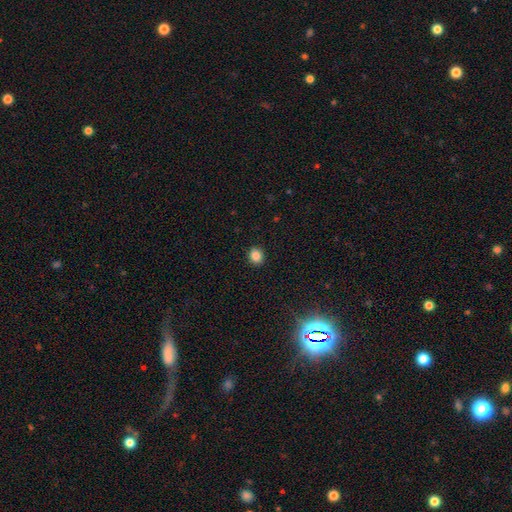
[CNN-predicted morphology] The model was most divided on "how rounded": round: 68%, in between: 31%, cigar-shaped: 1%. More confident: merging — none (91%); smooth or featured — smooth (85%).